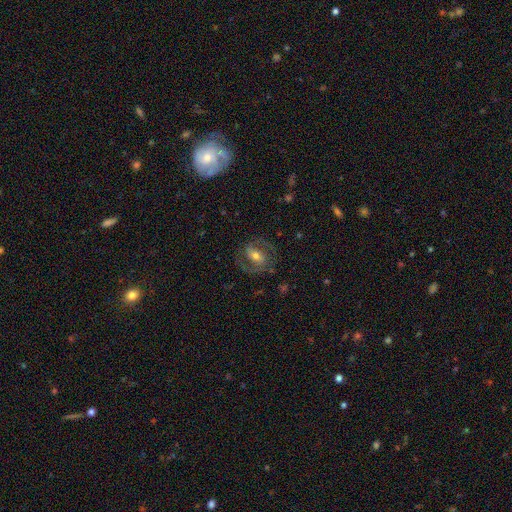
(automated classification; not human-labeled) A featured or disk galaxy (78%) with a weak bar (40%), 2 (89%) medium (57%) spiral arms (91%) and a moderate central bulge (61%). Merging: none (77%).